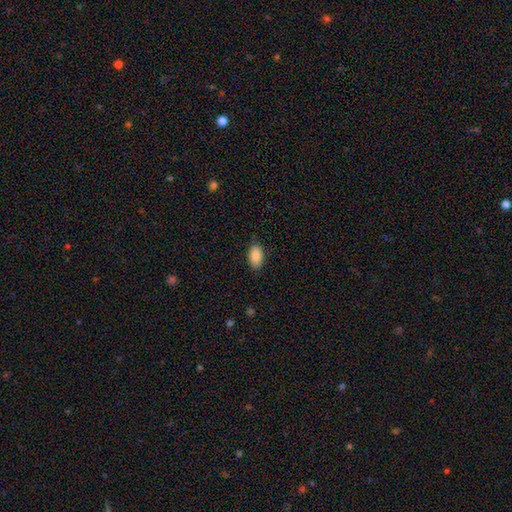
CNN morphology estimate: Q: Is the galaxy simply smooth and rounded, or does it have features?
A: smooth — 89%.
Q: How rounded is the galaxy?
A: in between — 94%.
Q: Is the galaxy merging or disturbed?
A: none — 85%.